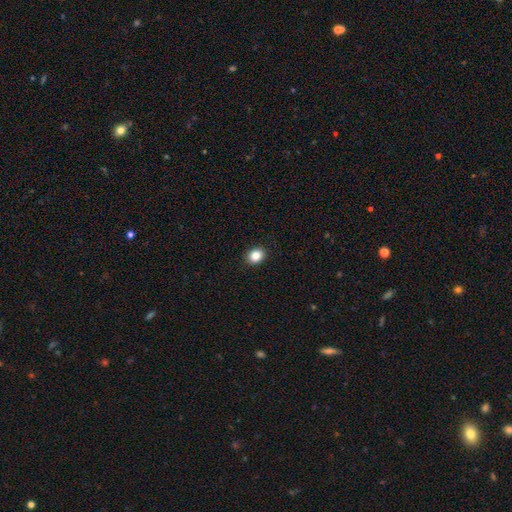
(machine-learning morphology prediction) smooth_or_featured: smooth (p=0.86) [alt: star or artifact p=0.10]
how_rounded: in between (p=0.51) [alt: round p=0.48]
merging: none (p=0.90) [alt: minor disturbance p=0.07]